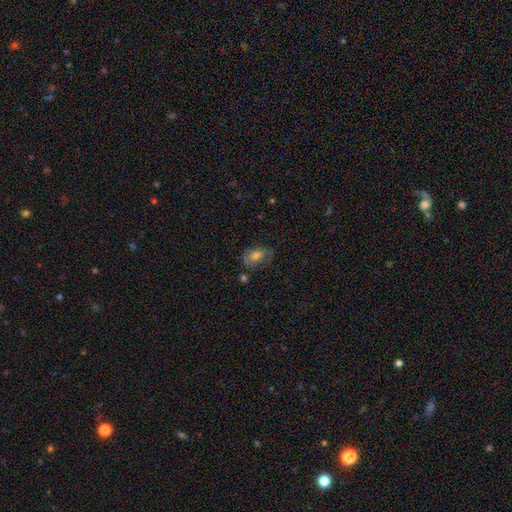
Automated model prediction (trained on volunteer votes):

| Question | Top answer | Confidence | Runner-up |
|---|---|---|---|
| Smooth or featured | smooth | 48% | featured or disk (40%) |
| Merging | none | 63% | minor disturbance (23%) |